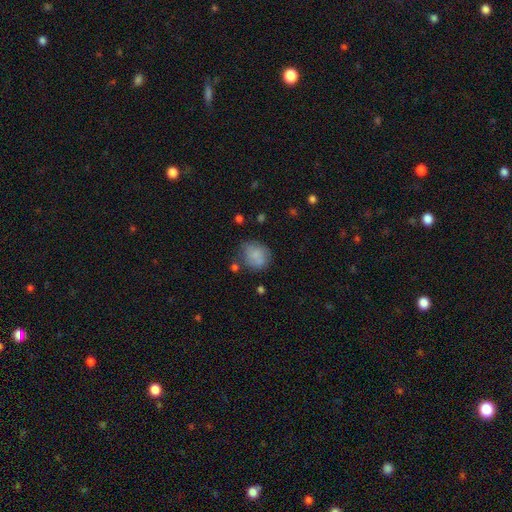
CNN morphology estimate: This is likely a smooth galaxy (77%). How rounded: likely round (65%). Merging: possibly none (57%).